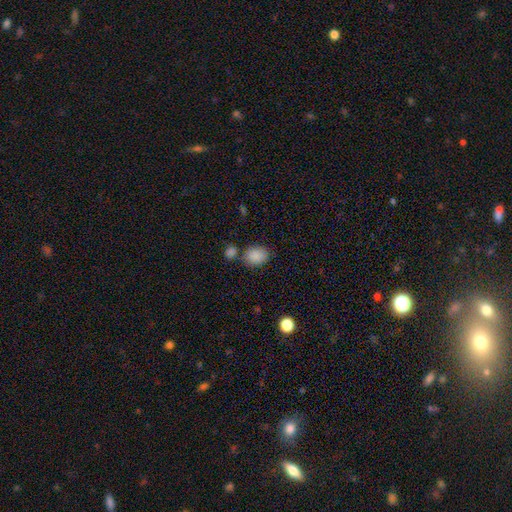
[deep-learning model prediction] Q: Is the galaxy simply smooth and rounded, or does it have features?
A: smooth — 87%.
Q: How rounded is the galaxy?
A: in between — 60%.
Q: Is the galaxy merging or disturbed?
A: none — 68%.